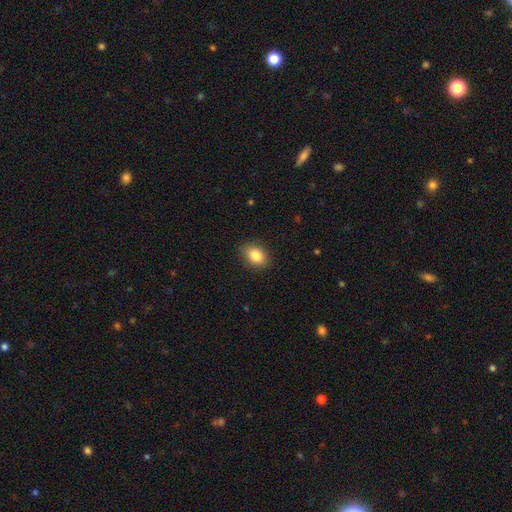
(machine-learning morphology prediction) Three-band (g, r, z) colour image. It shows a smooth galaxy with no disk features (86%) that is in between round and cigar-shaped (73%). Merging: none (87%).